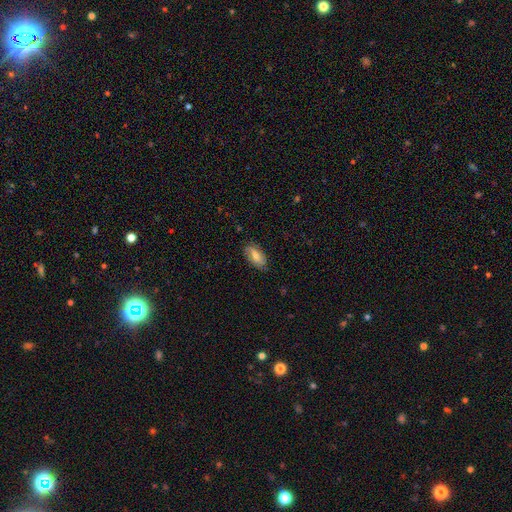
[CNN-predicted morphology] A smooth galaxy with no disk features (53%) that is in between round and cigar-shaped (89%). Merging: none (78%).